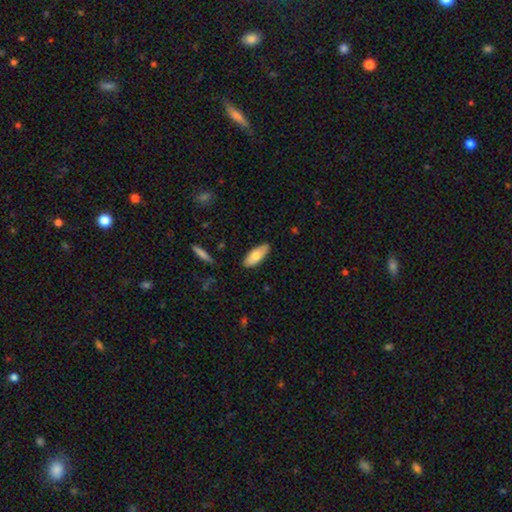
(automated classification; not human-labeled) Smooth or featured?
  - smooth: 70% *
  - featured or disk: 24%
  - star or artifact: 6%
How rounded?
  - in between: 79% *
  - cigar-shaped: 19%
  - round: 2%
Merging?
  - none: 86% *
  - minor disturbance: 11%
  - major disturbance: 2%
  - merger: 1%